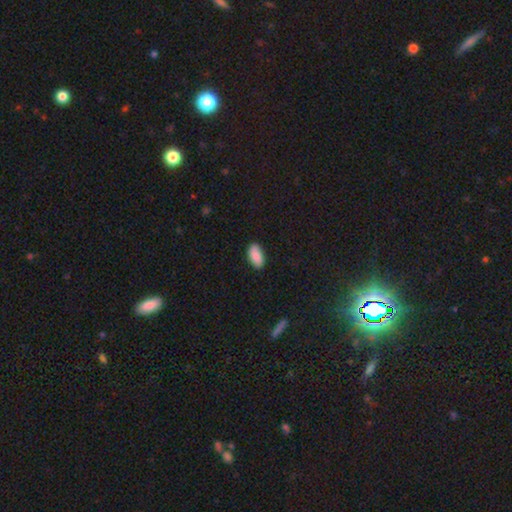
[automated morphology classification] Smooth or featured: smooth — 85% (featured or disk — 8%)
How rounded: in between — 93% (cigar-shaped — 4%)
Merging: none — 83% (minor disturbance — 14%)